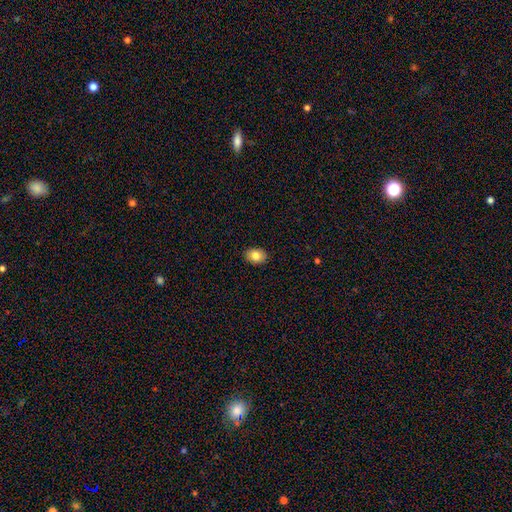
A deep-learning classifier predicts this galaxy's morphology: smooth_or_featured: smooth (p=0.82) [alt: featured or disk p=0.09]
how_rounded: in between (p=0.62) [alt: round p=0.37]
merging: none (p=0.90) [alt: minor disturbance p=0.08]